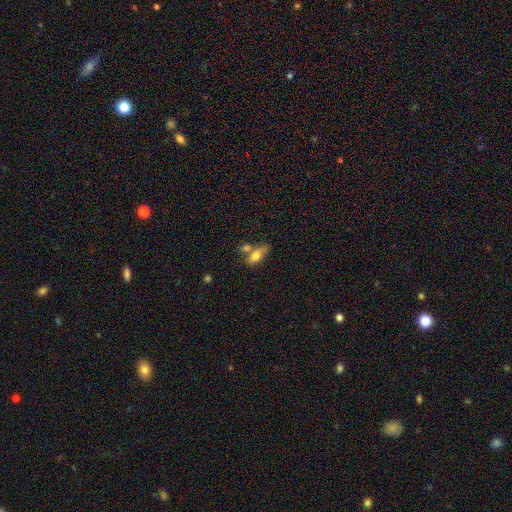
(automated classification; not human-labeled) This is likely a smooth galaxy (69%). How rounded: likely in between (75%). Merging: marginally none (39%).